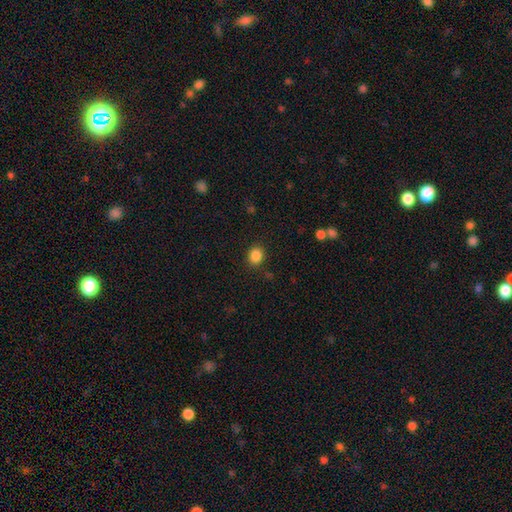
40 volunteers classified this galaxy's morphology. type=smooth (88%); roundness=round (66%); merging=none (86%).